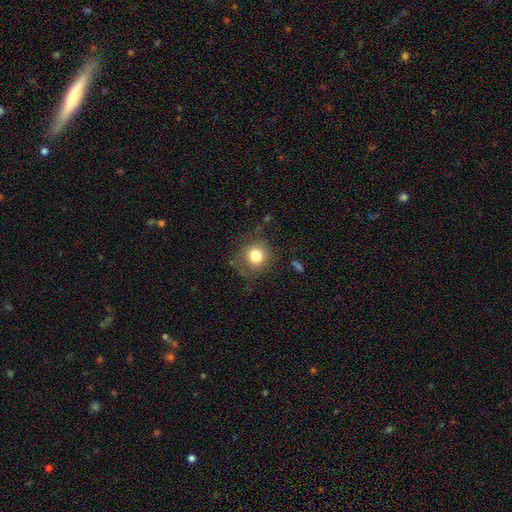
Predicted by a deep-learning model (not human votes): smooth 79%, featured or disk 11%, star or artifact 11%. Down the decision tree: how rounded — round (87%); merging — none (70%).